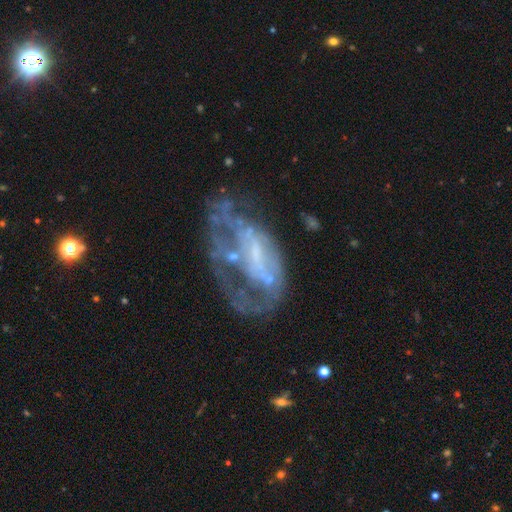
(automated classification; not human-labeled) Smooth or featured? Predicted: featured or disk (p=0.74). Edge-on disk? Predicted: no (p=0.96). Bar? Predicted: no (p=0.55). Spiral arms? Predicted: no (p=0.52). Bulge size? Predicted: none (p=0.46). Merging? Predicted: major disturbance (p=0.40).